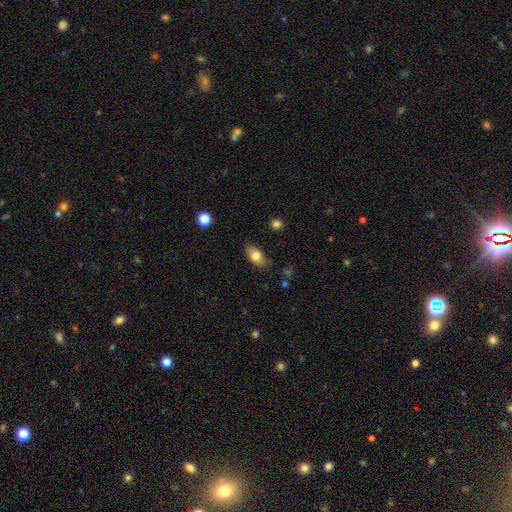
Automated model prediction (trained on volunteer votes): Q: Smooth or featured?
A: smooth (79%); runner-up: featured or disk (14%)
Q: How rounded?
A: in between (89%); runner-up: round (7%)
Q: Merging?
A: none (82%); runner-up: minor disturbance (13%)